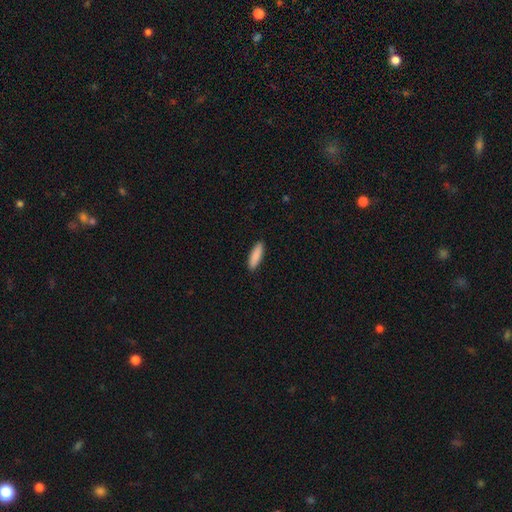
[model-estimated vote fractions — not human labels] Overall: smooth (90%). How rounded: cigar-shaped (63%; in between 35%). Merging: none (90%).